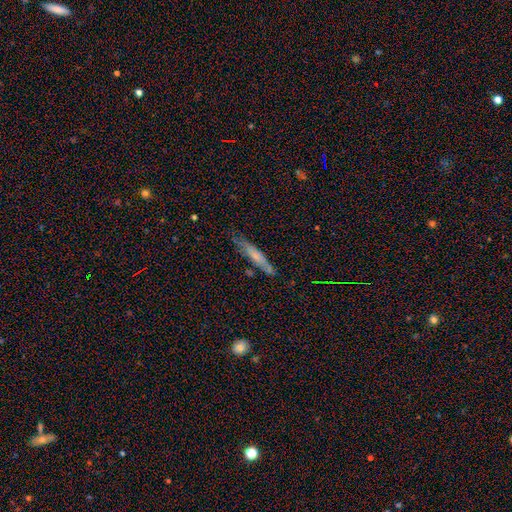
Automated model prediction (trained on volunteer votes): A smooth galaxy with no disk features (53%) that is cigar-shaped (87%). Merging: none (71%).